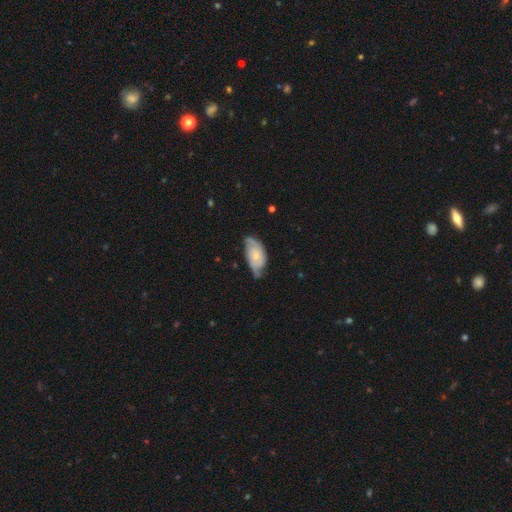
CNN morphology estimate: Q: Smooth or featured?
A: featured or disk (62%); runner-up: smooth (32%)
Q: Edge-on disk?
A: no (93%); runner-up: yes (7%)
Q: Bar?
A: no (78%); runner-up: weak (18%)
Q: Spiral arms?
A: yes (84%); runner-up: no (16%)
Q: Bulge size?
A: small (65%); runner-up: moderate (28%)
Q: Merging?
A: none (54%); runner-up: minor disturbance (34%)